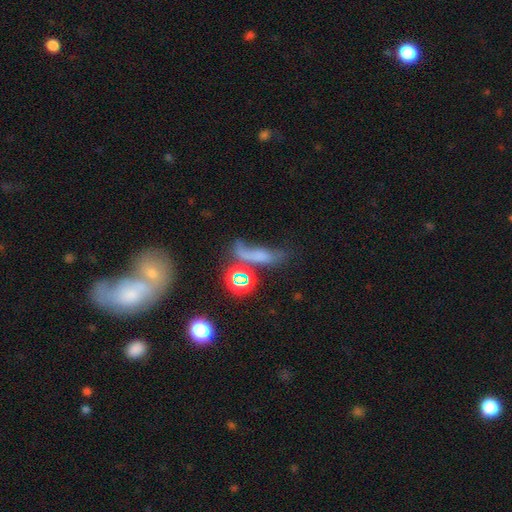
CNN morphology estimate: Overall: smooth (51%; star or artifact 28%). How rounded: cigar-shaped (43%; in between 38%). Merging: none (38%; major disturbance 24%).